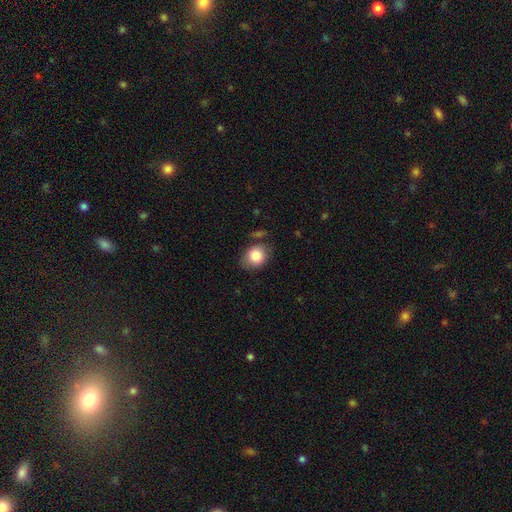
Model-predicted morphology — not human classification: Smooth or featured? Predicted: smooth (p=0.83). How rounded? Predicted: round (p=0.55). Merging? Predicted: none (p=0.71).